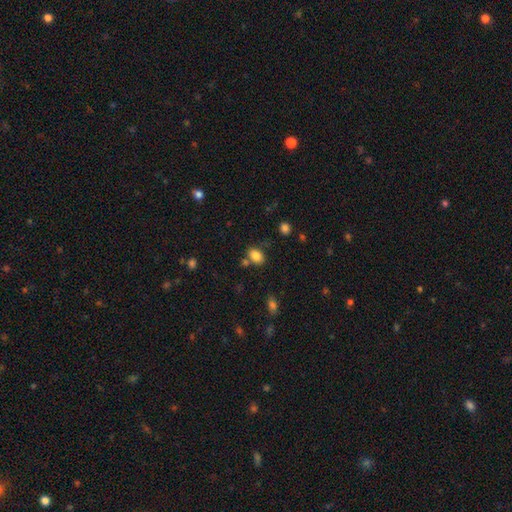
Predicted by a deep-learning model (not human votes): smooth 84%, star or artifact 10%, featured or disk 6%. Down the decision tree: how rounded — in between (76%); merging — none (68%).